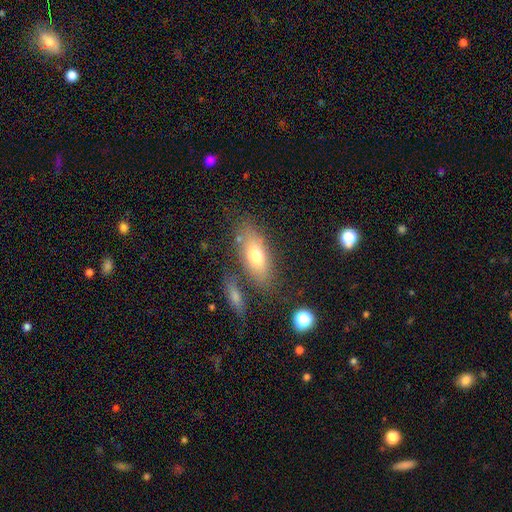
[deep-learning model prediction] The model was most divided on "smooth or featured": smooth: 69%, featured or disk: 22%, star or artifact: 8%. More confident: how rounded — in between (78%); merging — none (70%).